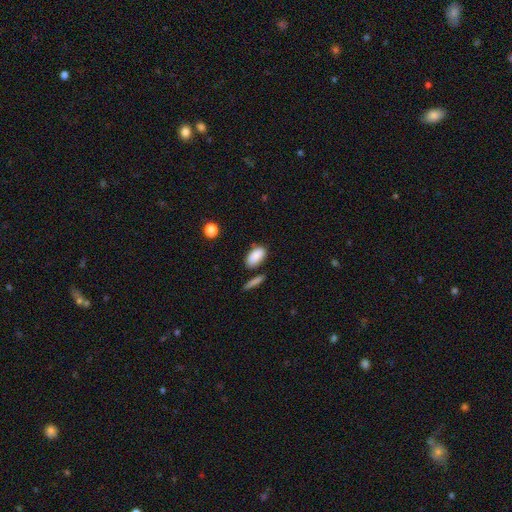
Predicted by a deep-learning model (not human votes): Q: Smooth or featured?
A: smooth (87%); runner-up: star or artifact (7%)
Q: How rounded?
A: in between (91%); runner-up: round (5%)
Q: Merging?
A: none (71%); runner-up: minor disturbance (16%)